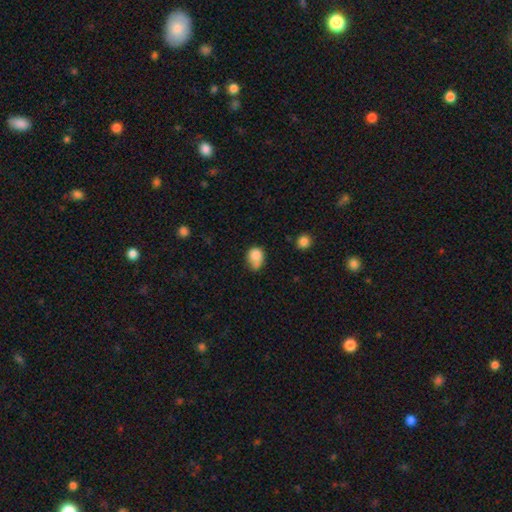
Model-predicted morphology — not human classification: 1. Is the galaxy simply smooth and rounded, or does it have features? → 79% smooth, 11% featured or disk, 9% star or artifact.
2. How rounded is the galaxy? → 51% round, 48% in between, 1% cigar-shaped.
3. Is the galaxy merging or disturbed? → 35% none, 34% minor disturbance, 16% major disturbance, 16% merger.